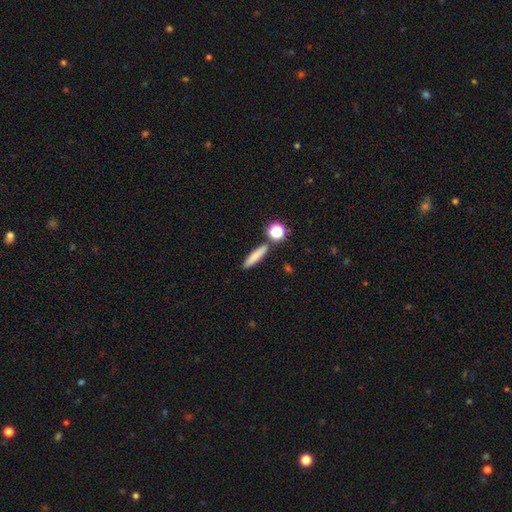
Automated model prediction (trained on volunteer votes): Overall: smooth (79%). How rounded: cigar-shaped (78%). Merging: none (81%).